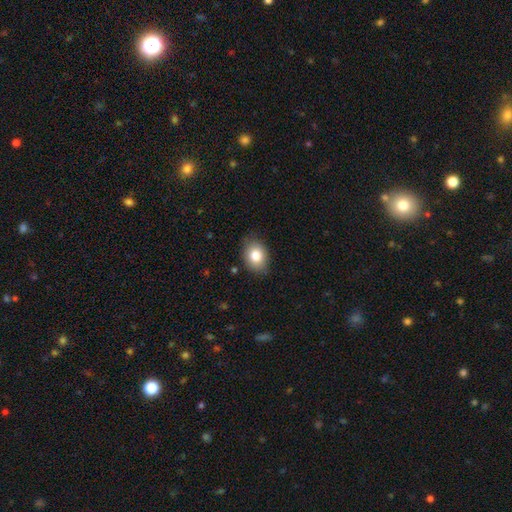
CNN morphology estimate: smooth-or-featured: smooth: 82% | featured or disk: 9% | star or artifact: 9%
  how-rounded: in between: 63% | round: 36% | cigar-shaped: 1%
  merging: none: 81% | minor disturbance: 15% | major disturbance: 3% | merger: 1%